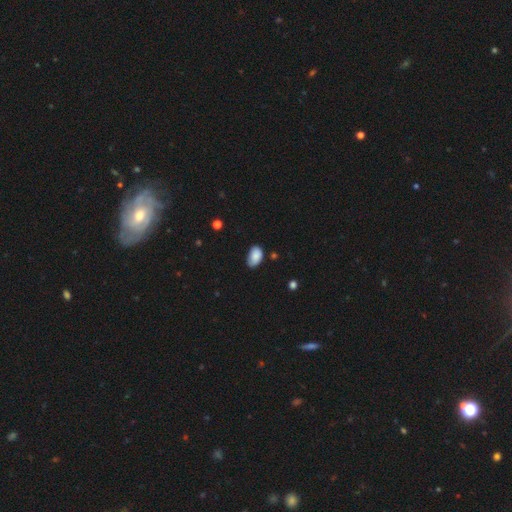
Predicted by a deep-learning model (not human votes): smooth-or-featured: smooth: 86% | star or artifact: 7% | featured or disk: 7%
  how-rounded: in between: 92% | round: 7% | cigar-shaped: 1%
  merging: none: 63% | minor disturbance: 31% | major disturbance: 4% | merger: 2%